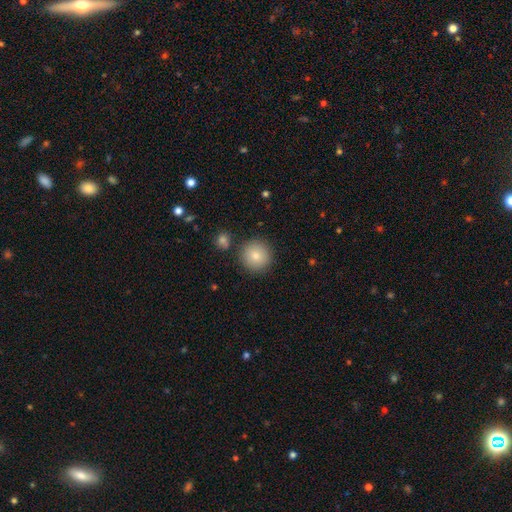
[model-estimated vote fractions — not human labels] Smooth or featured? smooth (83%)
How rounded? round (95%)
Merging? none (86%)